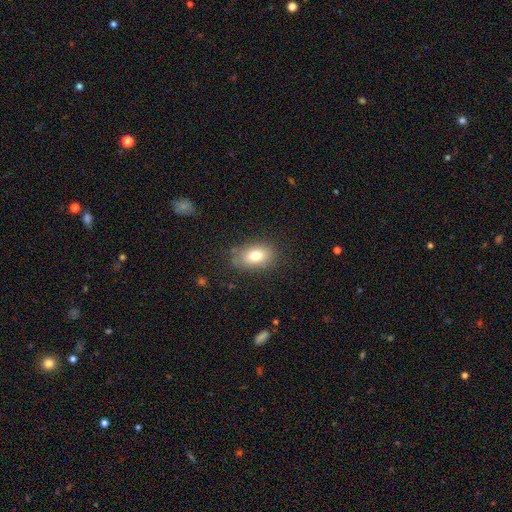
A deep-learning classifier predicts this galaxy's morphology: A smooth galaxy with no disk features (78%) that is in between round and cigar-shaped (87%). Merging: none (79%).